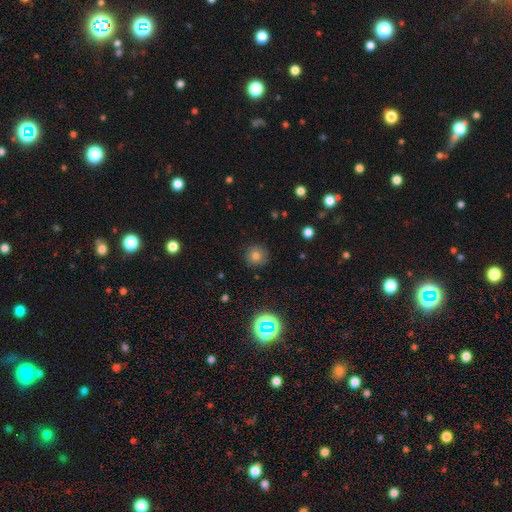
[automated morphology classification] Smooth or featured? Predicted: smooth (p=0.72). How rounded? Predicted: round (p=0.94). Merging? Predicted: none (p=0.88).